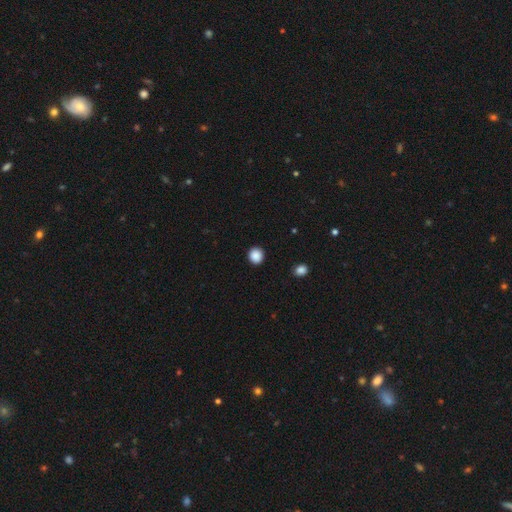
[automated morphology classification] Smooth or featured?
  - smooth: 89% *
  - star or artifact: 9%
  - featured or disk: 2%
How rounded?
  - round: 88% *
  - in between: 11%
  - cigar-shaped: 1%
Merging?
  - none: 92% *
  - minor disturbance: 5%
  - major disturbance: 2%
  - merger: 1%